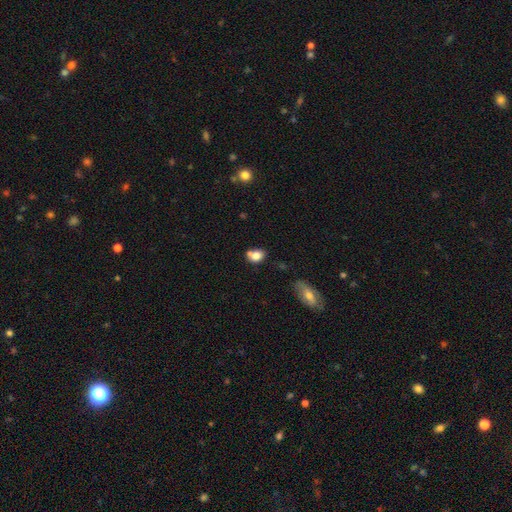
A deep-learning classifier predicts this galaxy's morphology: type=smooth (80%); roundness=in between (60%); merging=none (47%).